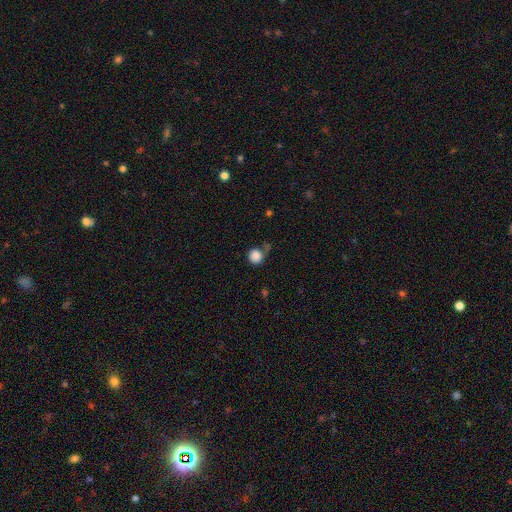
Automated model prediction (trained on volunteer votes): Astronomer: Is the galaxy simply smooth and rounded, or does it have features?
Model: smooth — 85%.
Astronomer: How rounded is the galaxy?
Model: round — 87%.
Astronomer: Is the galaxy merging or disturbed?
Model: none — 53%.